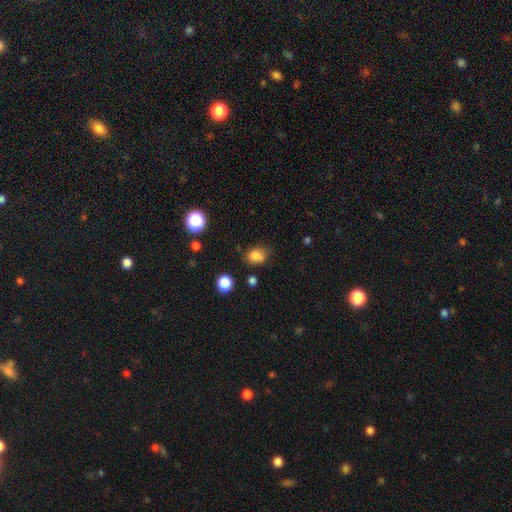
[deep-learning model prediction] This appears to be a smooth galaxy with no disk features (81%) that is in between round and cigar-shaped (50%). Merging: none (69%).